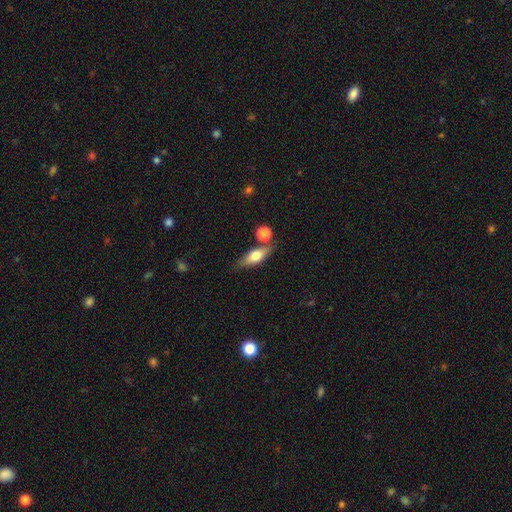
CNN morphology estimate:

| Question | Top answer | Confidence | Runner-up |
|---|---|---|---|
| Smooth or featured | smooth | 55% | featured or disk (38%) |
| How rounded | in between | 57% | cigar-shaped (36%) |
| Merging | none | 71% | minor disturbance (13%) |